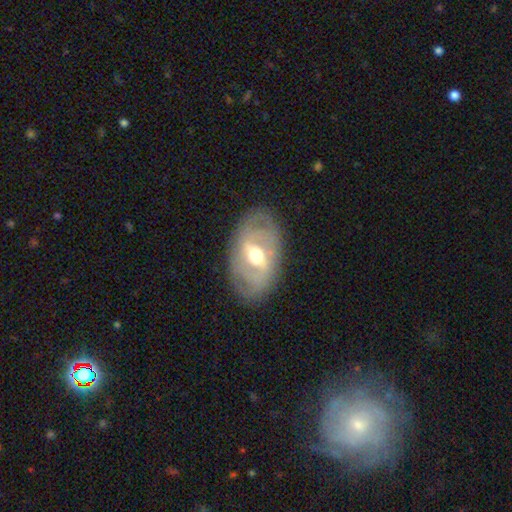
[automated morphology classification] Q: Smooth or featured?
A: featured or disk (74%); runner-up: smooth (20%)
Q: Edge-on disk?
A: no (91%); runner-up: yes (9%)
Q: Bar?
A: strong (42%); runner-up: weak (41%)
Q: Spiral arms?
A: yes (58%); runner-up: no (42%)
Q: Bulge size?
A: moderate (73%); runner-up: large (14%)
Q: Merging?
A: none (80%); runner-up: minor disturbance (13%)